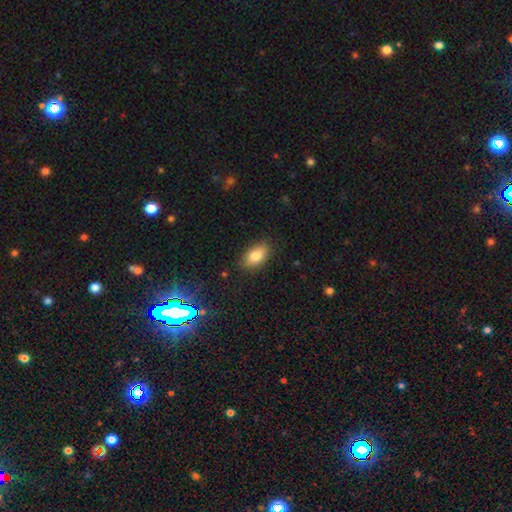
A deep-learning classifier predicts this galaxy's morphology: A smooth galaxy with no disk features (84%) that is in between round and cigar-shaped (91%). Merging: none (85%).